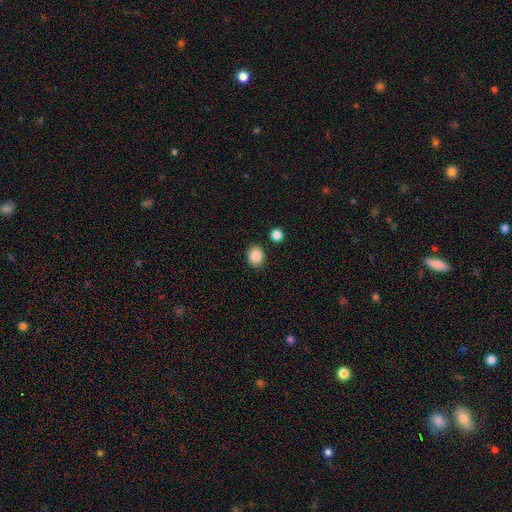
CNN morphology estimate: type=smooth (87%); roundness=round (62%); merging=none (85%).